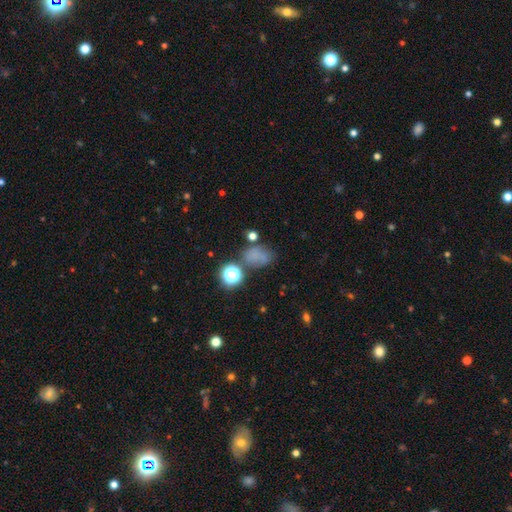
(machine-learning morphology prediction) This is likely a smooth galaxy (60%). How rounded: likely in between (64%). Merging: possibly none (53%).